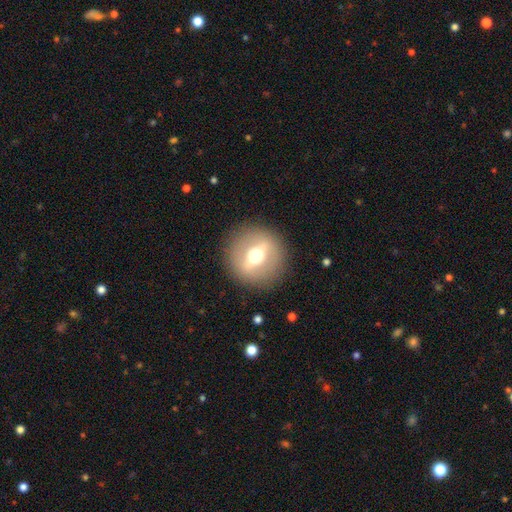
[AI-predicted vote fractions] smooth_or_featured: featured or disk (p=0.63) [alt: smooth p=0.29]
disk_edge_on: no (p=0.64) [alt: yes p=0.36]
merging: none (p=0.88) [alt: minor disturbance p=0.07]